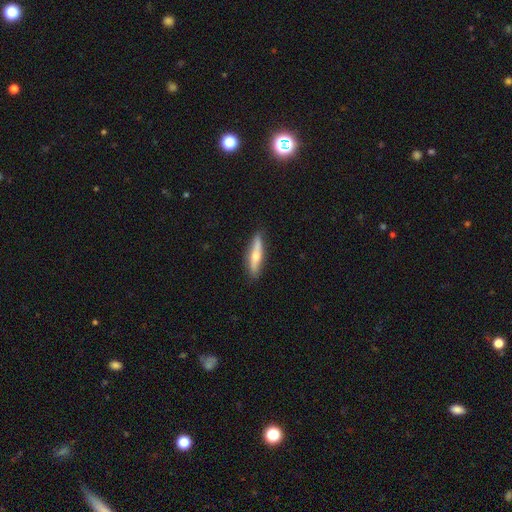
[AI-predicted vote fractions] Smooth or featured? Predicted: featured or disk (p=0.50). Merging? Predicted: none (p=0.86).